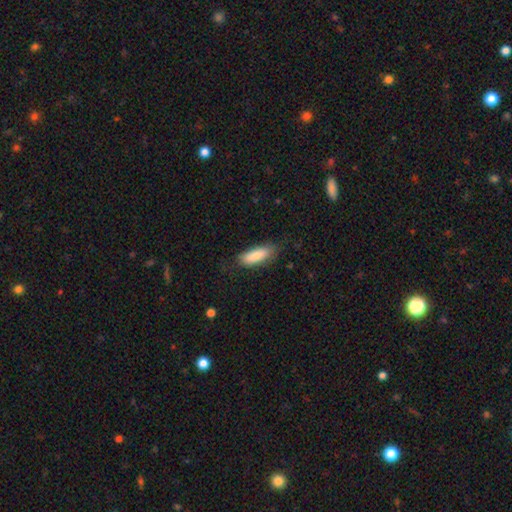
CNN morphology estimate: Q: Smooth or featured?
A: smooth (84%); runner-up: featured or disk (10%)
Q: How rounded?
A: in between (69%); runner-up: cigar-shaped (29%)
Q: Merging?
A: none (75%); runner-up: minor disturbance (18%)